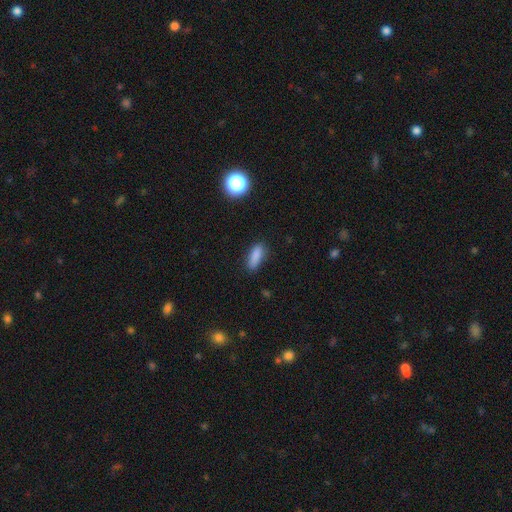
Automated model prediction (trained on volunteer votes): This appears to be a smooth galaxy with no disk features (84%) that is in between round and cigar-shaped (59%). Merging: none (79%).